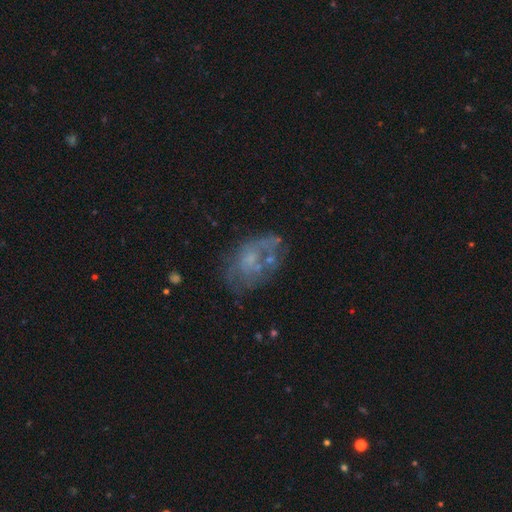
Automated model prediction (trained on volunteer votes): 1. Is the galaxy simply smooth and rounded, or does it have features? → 51% featured or disk, 31% smooth, 18% star or artifact.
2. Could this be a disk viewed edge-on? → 96% no, 4% yes.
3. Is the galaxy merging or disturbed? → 51% none, 21% minor disturbance, 19% major disturbance, 8% merger.